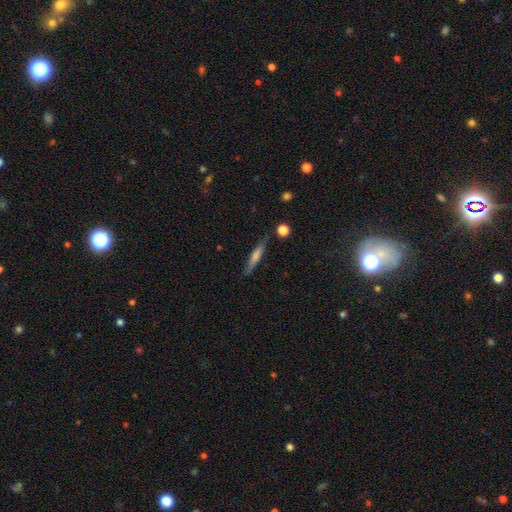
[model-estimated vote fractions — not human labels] Smooth or featured? Predicted: smooth (p=0.52). How rounded? Predicted: cigar-shaped (p=0.90). Merging? Predicted: none (p=0.82).